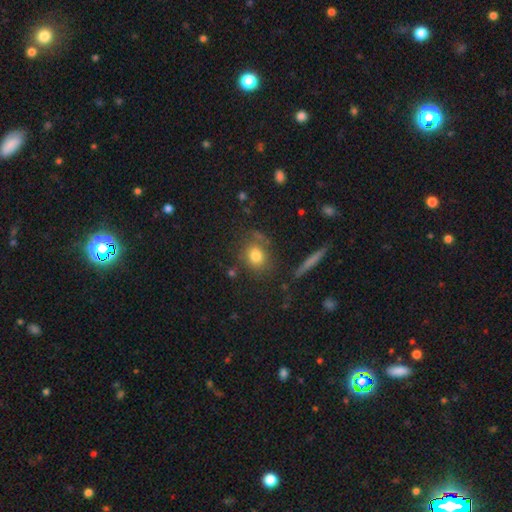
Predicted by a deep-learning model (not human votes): Overall: smooth (76%). How rounded: round (59%; in between 37%). Merging: none (72%).